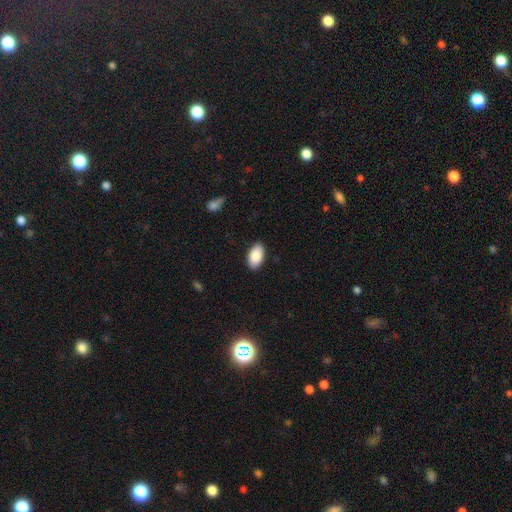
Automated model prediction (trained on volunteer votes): smooth-or-featured: smooth: 87% | featured or disk: 7% | star or artifact: 6%
  how-rounded: in between: 95% | round: 3% | cigar-shaped: 2%
  merging: none: 89% | minor disturbance: 8% | major disturbance: 2% | merger: 1%